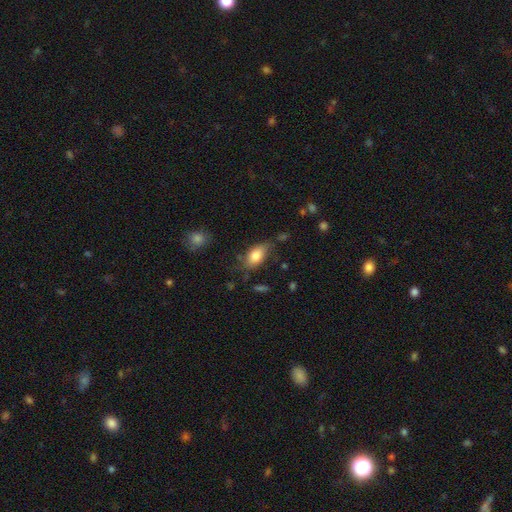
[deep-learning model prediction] A smooth galaxy with no disk features (79%) that is in between round and cigar-shaped (89%). Merging: none (64%).